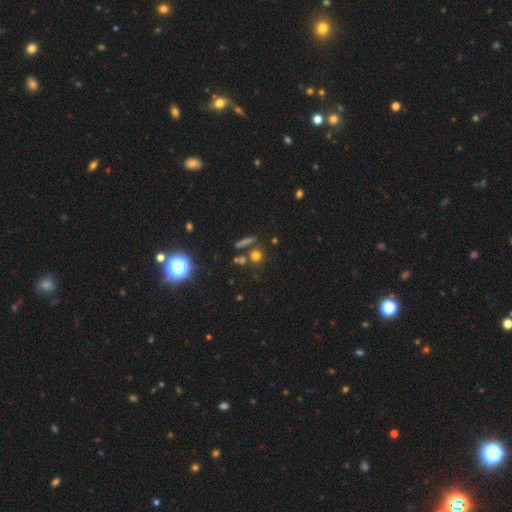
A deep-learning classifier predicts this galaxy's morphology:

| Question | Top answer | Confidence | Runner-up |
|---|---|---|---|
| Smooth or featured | smooth | 66% | star or artifact (24%) |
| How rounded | round | 87% | in between (9%) |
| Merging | none | 73% | merger (15%) |